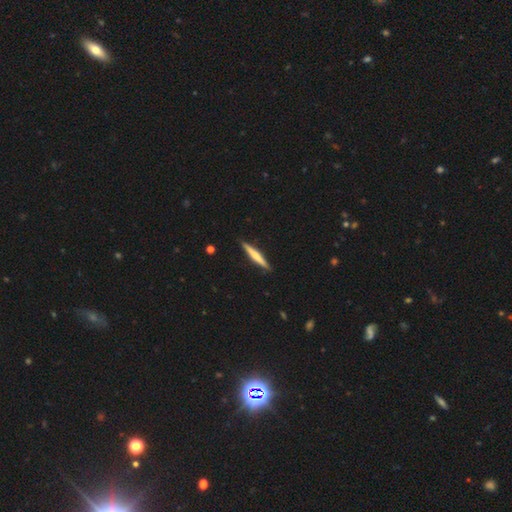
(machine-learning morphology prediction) This appears to be a smooth galaxy with no disk features (50%). Merging: none (91%).